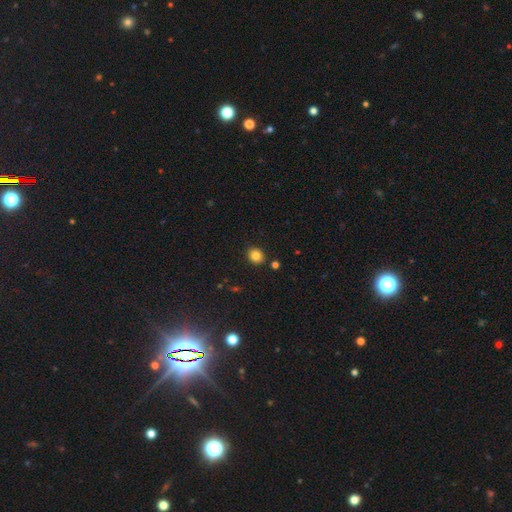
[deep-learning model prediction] This appears to be a smooth galaxy with no disk features (84%) that is round (76%). Merging: none (89%).